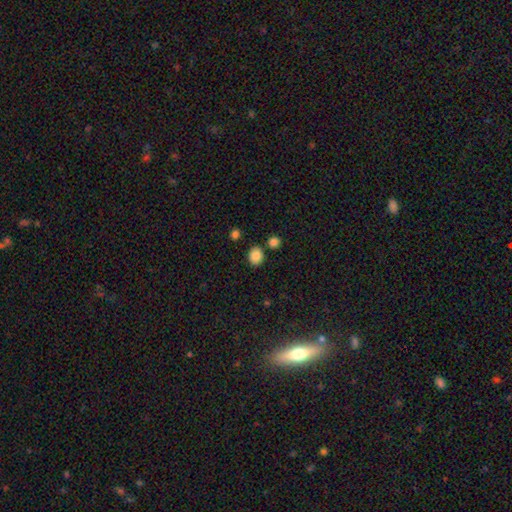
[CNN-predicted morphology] This appears to be a smooth galaxy with no disk features (86%) that is round (59%). Merging: none (81%).